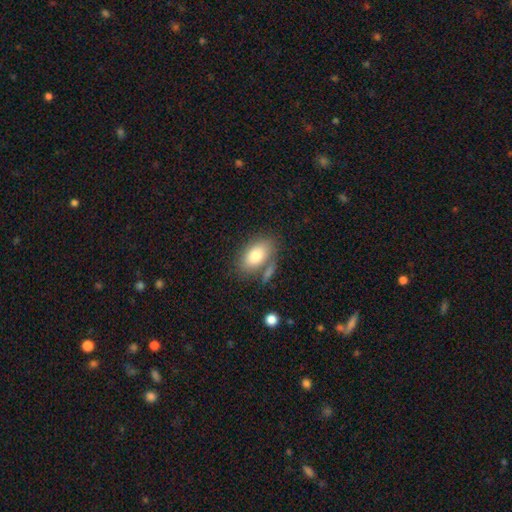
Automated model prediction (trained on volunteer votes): A smooth galaxy with no disk features (79%) that is in between round and cigar-shaped (90%). Merging: none (64%).